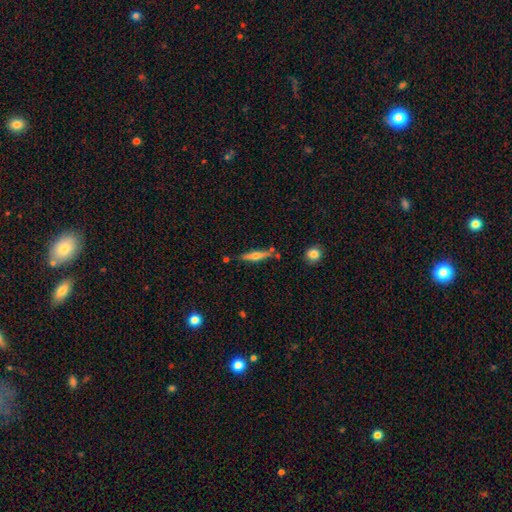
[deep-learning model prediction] smooth-or-featured: featured or disk: 53% | smooth: 40% | star or artifact: 6%
  disk-edge-on: yes: 95% | no: 5%
    edge-on-bulge: rounded: 88% | none: 6% | boxy: 5%
  merging: none: 80% | minor disturbance: 12% | merger: 6% | major disturbance: 2%